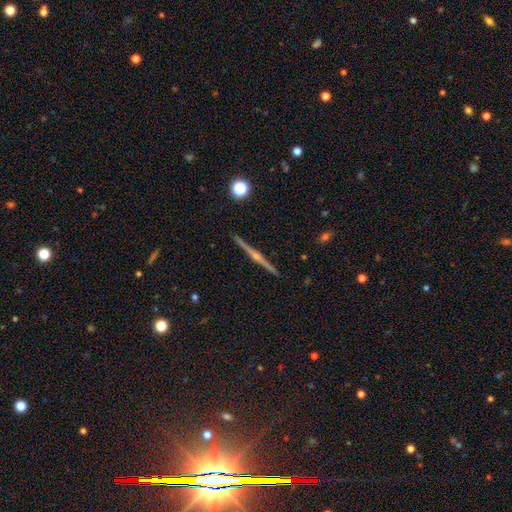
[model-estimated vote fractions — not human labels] This appears to be a featured or disk galaxy (85%) viewed edge-on (99%) with a rounded central bulge (88%). Merging: none (93%).